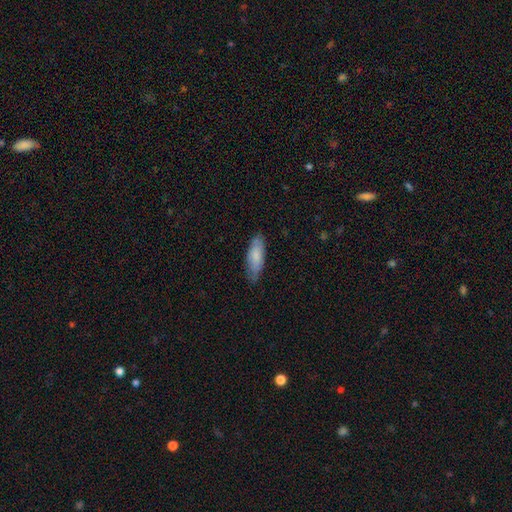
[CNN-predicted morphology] Smooth or featured? Predicted: smooth (p=0.77). How rounded? Predicted: in between (p=0.59). Merging? Predicted: none (p=0.79).